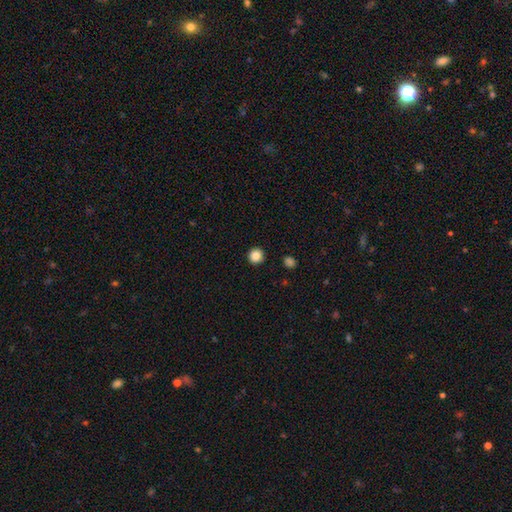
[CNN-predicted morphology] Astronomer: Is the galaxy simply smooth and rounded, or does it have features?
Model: smooth — 87%.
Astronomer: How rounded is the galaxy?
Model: round — 95%.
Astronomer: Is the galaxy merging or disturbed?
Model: none — 93%.